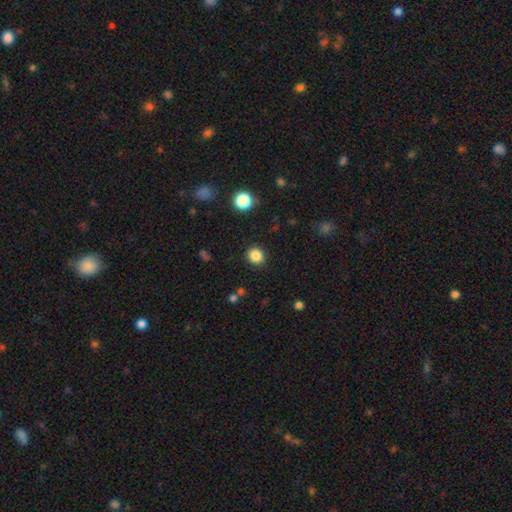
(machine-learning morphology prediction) A smooth galaxy with no disk features (85%) that is round (88%).

Vote fractions:
- Smooth or featured? smooth: 85% / star or artifact: 11% / featured or disk: 4%
- How rounded? round: 88% / in between: 11% / cigar-shaped: 1%
- Merging? none: 90% / minor disturbance: 6% / major disturbance: 2% / merger: 1%